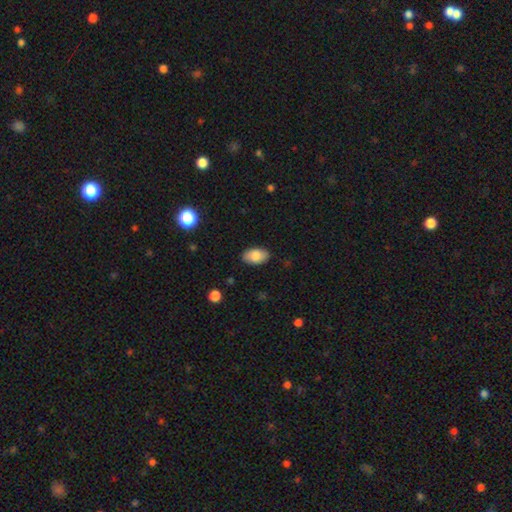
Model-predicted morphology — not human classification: Smooth or featured? smooth (84%)
How rounded? in between (93%)
Merging? none (86%)